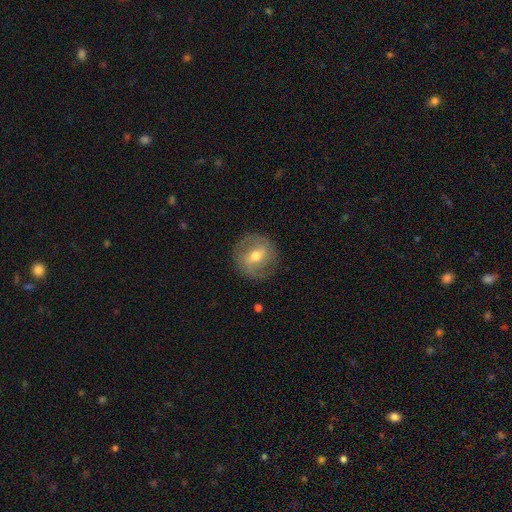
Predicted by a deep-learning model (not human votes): featured or disk 62%, smooth 31%, star or artifact 7%. Down the decision tree: edge-on disk — no (95%); bar — weak (49%); spiral arms — yes (67%); bulge size — moderate (74%); merging — none (83%).